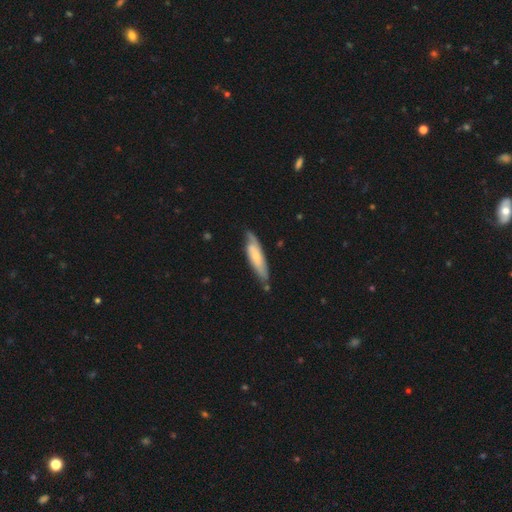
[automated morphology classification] Smooth or featured? smooth (48%)
Merging? none (68%)